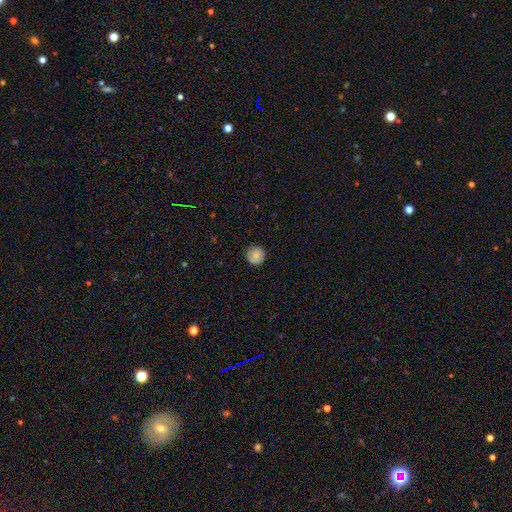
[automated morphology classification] Q: Smooth or featured?
A: smooth (78%); runner-up: featured or disk (14%)
Q: How rounded?
A: round (94%); runner-up: in between (5%)
Q: Merging?
A: none (84%); runner-up: minor disturbance (13%)